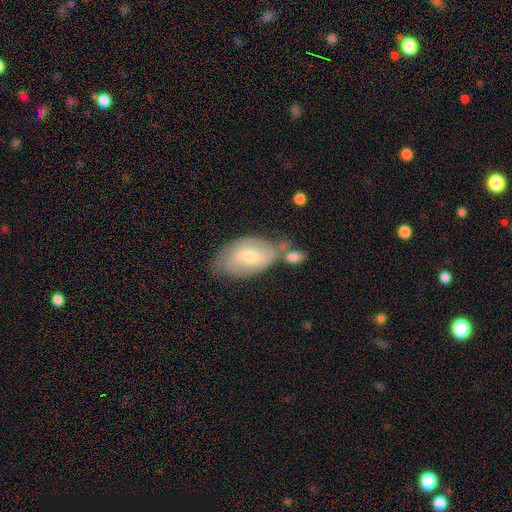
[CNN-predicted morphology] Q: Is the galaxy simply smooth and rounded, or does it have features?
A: featured or disk — 49%.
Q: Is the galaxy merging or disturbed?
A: none — 48%.